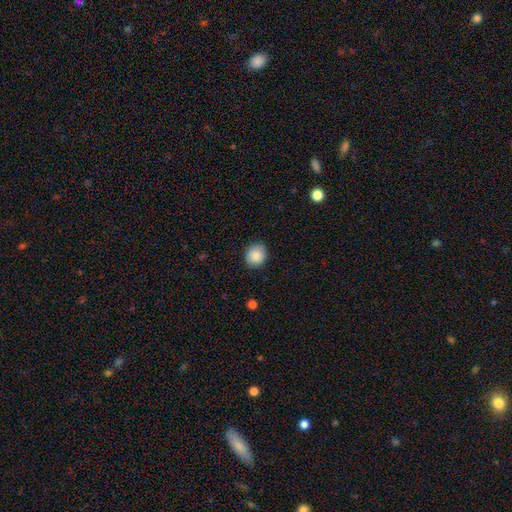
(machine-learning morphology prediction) Smooth or featured? smooth (87%)
How rounded? round (77%)
Merging? none (87%)